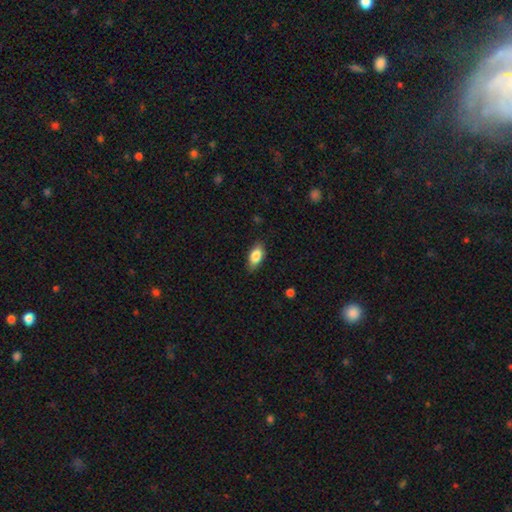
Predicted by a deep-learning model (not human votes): Smooth or featured? Predicted: smooth (p=0.82). How rounded? Predicted: in between (p=0.87). Merging? Predicted: none (p=0.82).